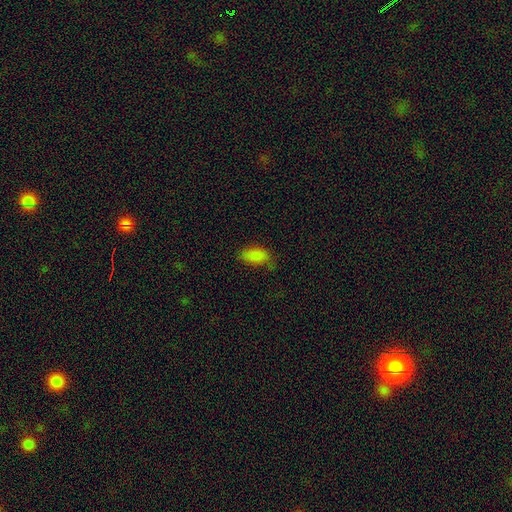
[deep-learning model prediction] A smooth galaxy with no disk features (85%) that is in between round and cigar-shaped (93%). Merging: none (64%).